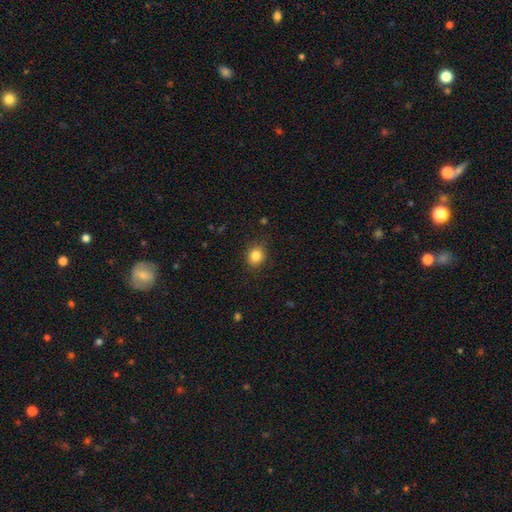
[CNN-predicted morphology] type=smooth (84%); roundness=round (73%); merging=none (85%).